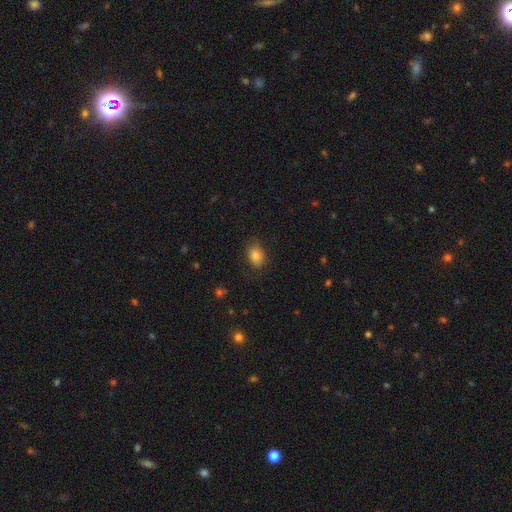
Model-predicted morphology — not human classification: smooth_or_featured: smooth (p=0.84) [alt: star or artifact p=0.09]
how_rounded: in between (p=0.77) [alt: round p=0.22]
merging: none (p=0.80) [alt: minor disturbance p=0.15]